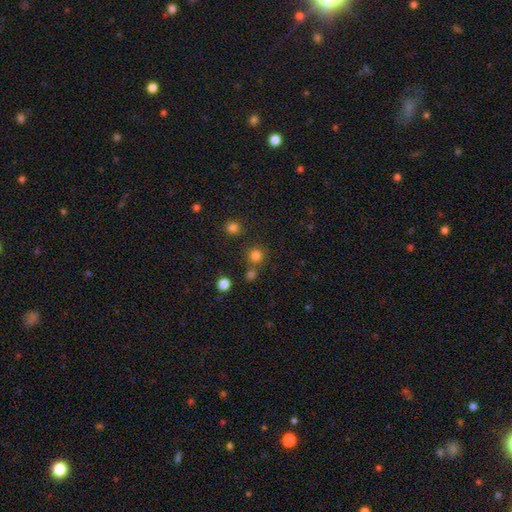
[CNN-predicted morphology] Q: Smooth or featured?
A: smooth (78%); runner-up: star or artifact (17%)
Q: How rounded?
A: round (92%); runner-up: in between (7%)
Q: Merging?
A: none (74%); runner-up: merger (14%)